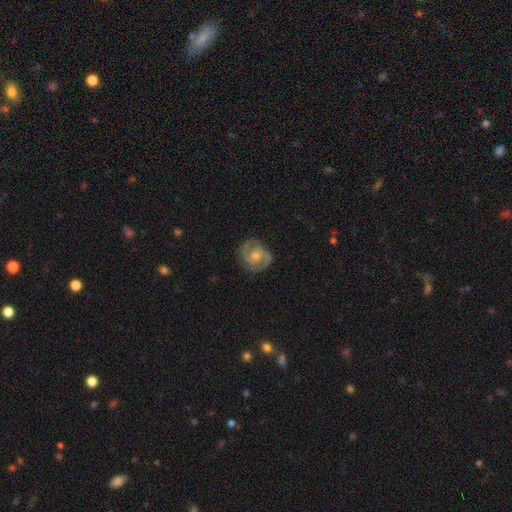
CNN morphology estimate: Q: Smooth or featured?
A: featured or disk (83%); runner-up: smooth (11%)
Q: Edge-on disk?
A: no (98%); runner-up: yes (2%)
Q: Bar?
A: no (51%); runner-up: weak (39%)
Q: Spiral arms?
A: yes (94%); runner-up: no (6%)
Q: Spiral winding?
A: medium (47%); runner-up: tight (44%)
Q: Spiral arm count?
A: 2 (88%); runner-up: can't tell (6%)
Q: Bulge size?
A: moderate (57%); runner-up: small (33%)
Q: Merging?
A: none (83%); runner-up: minor disturbance (12%)